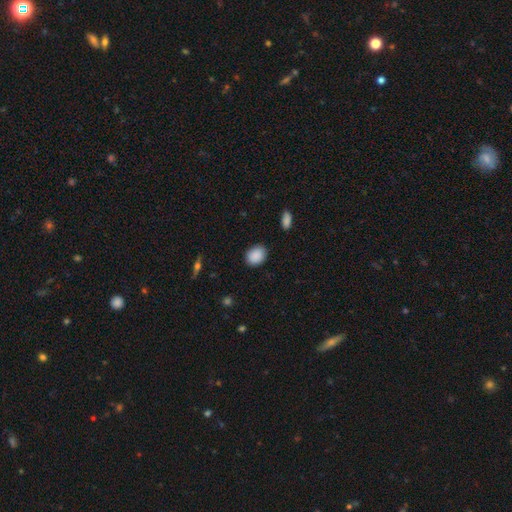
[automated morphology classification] smooth-or-featured: smooth: 89% | star or artifact: 8% | featured or disk: 4%
  how-rounded: in between: 55% | round: 44% | cigar-shaped: 1%
  merging: none: 86% | minor disturbance: 10% | major disturbance: 2% | merger: 1%